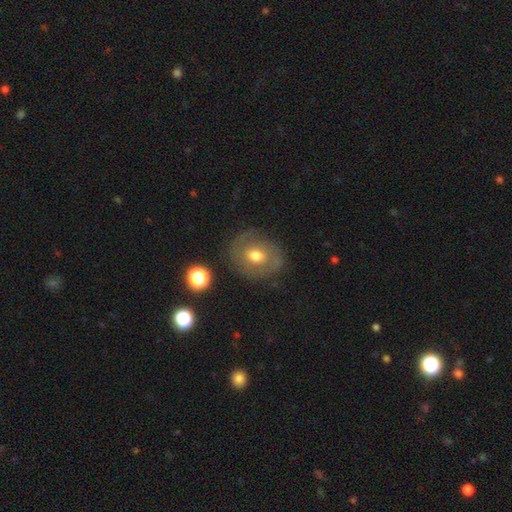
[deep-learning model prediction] smooth-or-featured: smooth: 51% | featured or disk: 39% | star or artifact: 10%
  how-rounded: round: 59% | in between: 40% | cigar-shaped: 1%
  merging: none: 77% | minor disturbance: 14% | major disturbance: 7% | merger: 2%